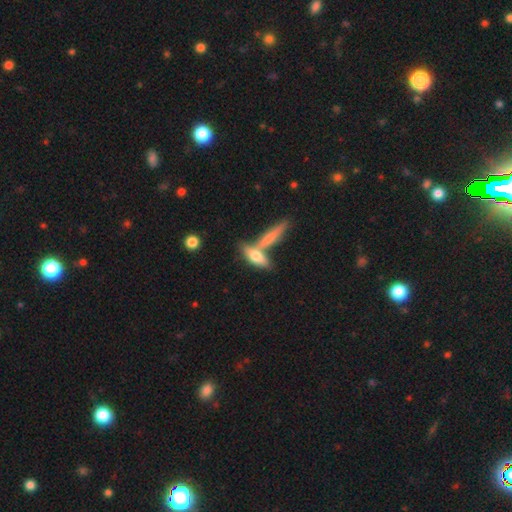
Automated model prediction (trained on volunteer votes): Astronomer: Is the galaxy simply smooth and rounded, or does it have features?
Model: smooth — 64%.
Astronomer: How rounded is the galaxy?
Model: in between — 50% (runner-up: cigar-shaped, 46%).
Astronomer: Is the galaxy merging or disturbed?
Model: none — 46% (runner-up: merger, 40%).